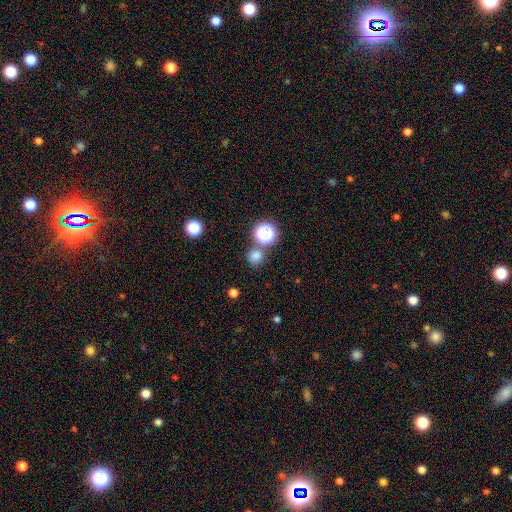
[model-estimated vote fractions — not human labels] Smooth or featured? smooth (75%)
How rounded? round (90%)
Merging? none (73%)